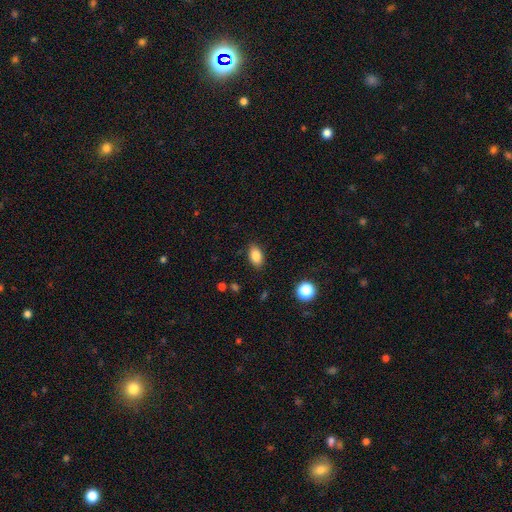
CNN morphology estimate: Q: Smooth or featured?
A: smooth (84%); runner-up: star or artifact (9%)
Q: How rounded?
A: in between (87%); runner-up: round (11%)
Q: Merging?
A: none (86%); runner-up: minor disturbance (10%)